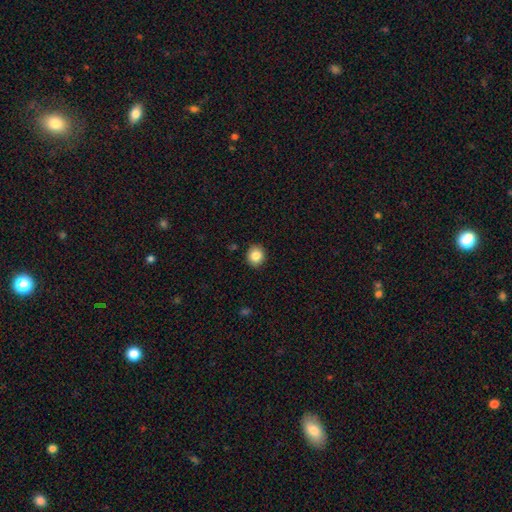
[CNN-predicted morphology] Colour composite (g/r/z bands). It shows a smooth galaxy with no disk features (84%) that is round (83%). Merging: none (90%).